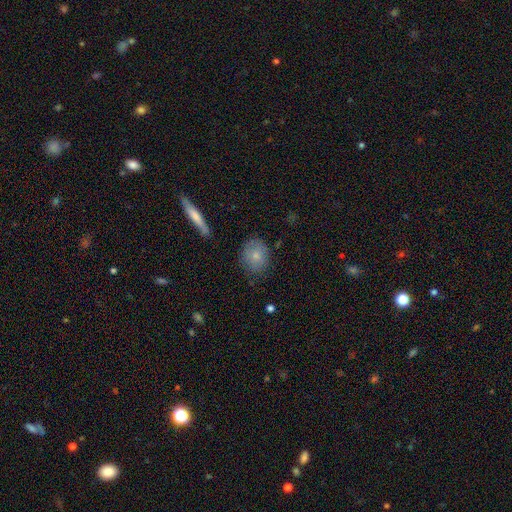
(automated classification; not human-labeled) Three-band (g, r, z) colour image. It shows a smooth galaxy with no disk features (76%) that is round (64%). Merging: none (77%).